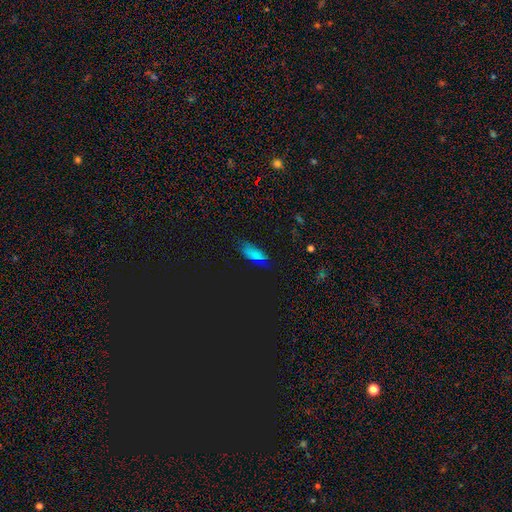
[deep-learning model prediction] Overall: smooth (61%; star or artifact 30%). How rounded: in between (82%). Merging: none (64%; minor disturbance 25%).